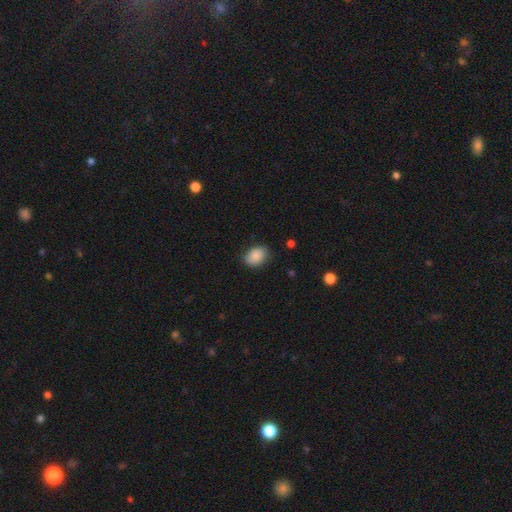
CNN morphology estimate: smooth_or_featured: smooth (p=0.87) [alt: star or artifact p=0.07]
how_rounded: in between (p=0.71) [alt: round p=0.28]
merging: none (p=0.78) [alt: minor disturbance p=0.17]